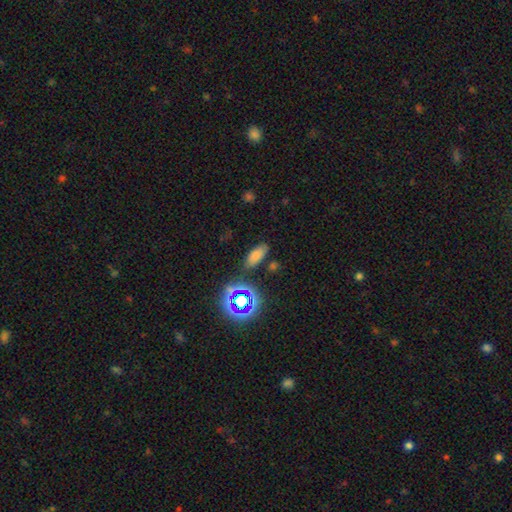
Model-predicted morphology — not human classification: Overall: smooth (71%). How rounded: in between (80%). Merging: none (79%).